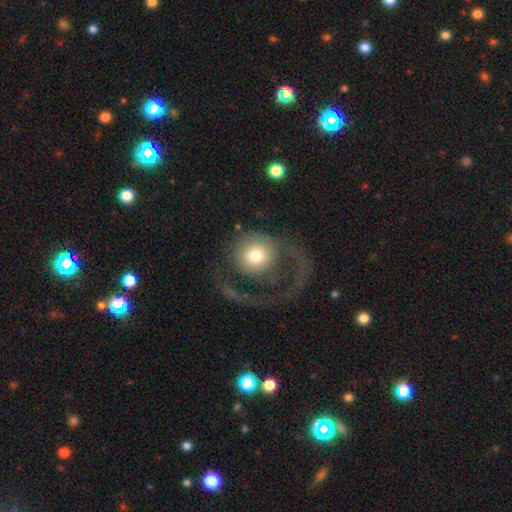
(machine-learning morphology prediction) smooth_or_featured: smooth (p=0.54) [alt: featured or disk p=0.37]
how_rounded: round (p=0.87) [alt: in between p=0.12]
merging: major disturbance (p=0.56) [alt: none p=0.30]